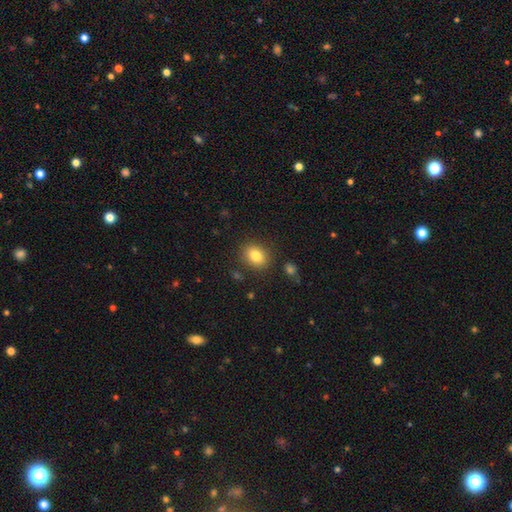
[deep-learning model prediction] smooth 83%, star or artifact 10%, featured or disk 8%. Down the decision tree: how rounded — in between (58%); merging — none (86%).